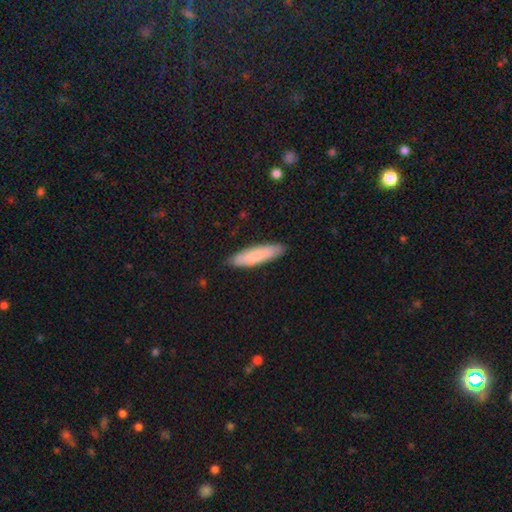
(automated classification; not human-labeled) smooth_or_featured: smooth (p=0.77) [alt: featured or disk p=0.17]
how_rounded: cigar-shaped (p=0.74) [alt: in between p=0.24]
merging: none (p=0.87) [alt: minor disturbance p=0.10]